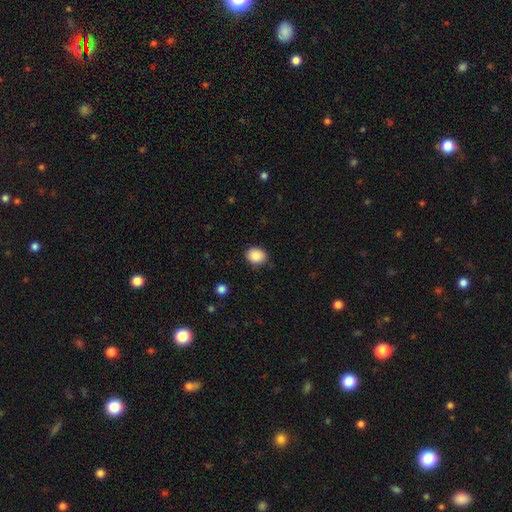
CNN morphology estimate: This appears to be a smooth galaxy with no disk features (88%) that is round (61%). Merging: none (85%).